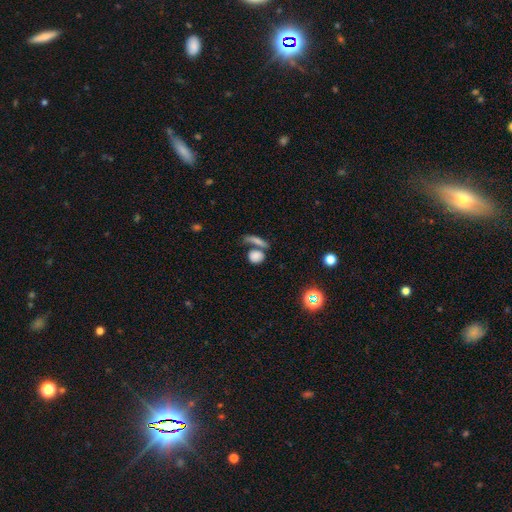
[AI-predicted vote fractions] smooth_or_featured: smooth (p=0.79) [alt: star or artifact p=0.11]
how_rounded: round (p=0.59) [alt: in between p=0.33]
merging: none (p=0.51) [alt: merger p=0.33]